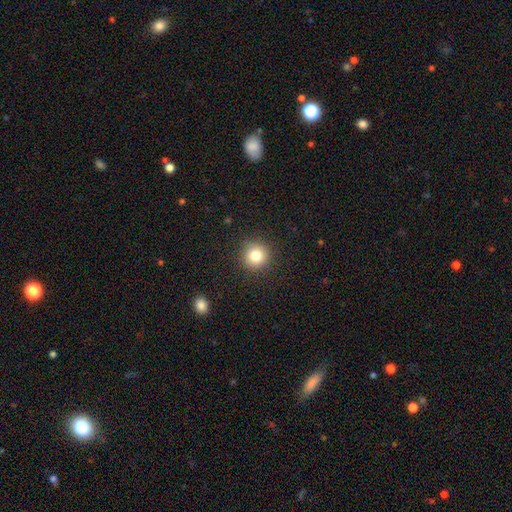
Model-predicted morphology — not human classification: Smooth or featured? smooth (82%)
How rounded? round (94%)
Merging? none (89%)